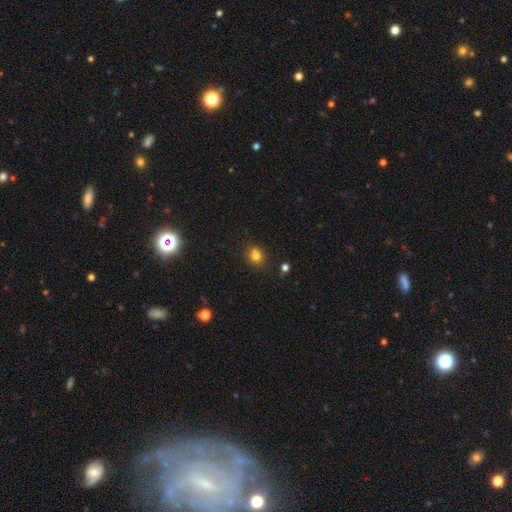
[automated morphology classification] This is likely a smooth galaxy (78%). How rounded: likely round (64%). Merging: likely none (72%).